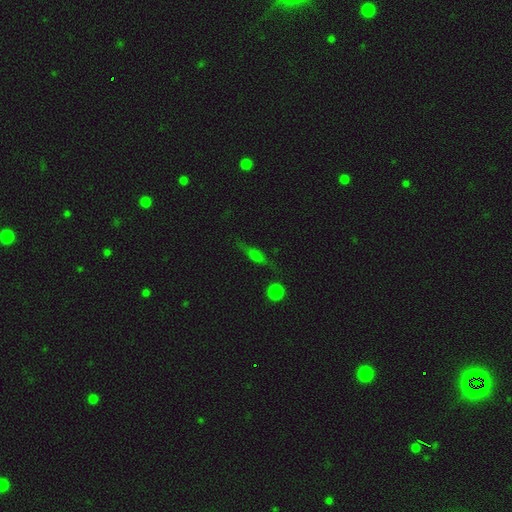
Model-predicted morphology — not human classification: type=smooth (53%); roundness=cigar-shaped (55%); merging=none (70%).